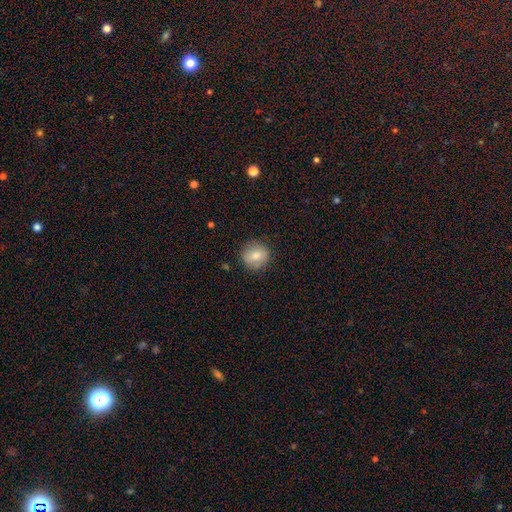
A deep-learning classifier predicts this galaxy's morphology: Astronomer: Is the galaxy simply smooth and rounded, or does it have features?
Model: smooth — 77%.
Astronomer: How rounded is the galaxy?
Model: round — 89%.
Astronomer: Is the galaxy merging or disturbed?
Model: none — 86%.